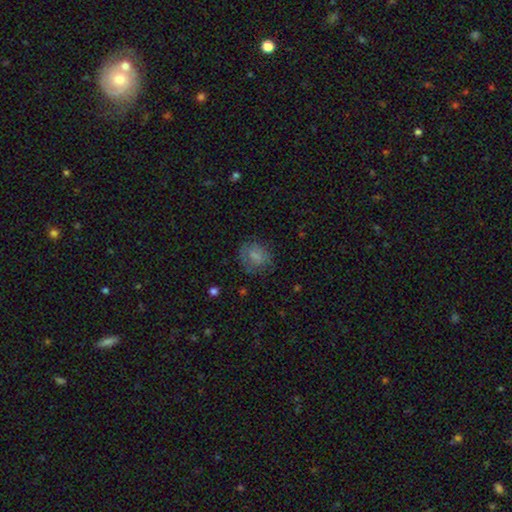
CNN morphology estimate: smooth 73%, featured or disk 16%, star or artifact 11%. Down the decision tree: how rounded — round (64%); merging — none (67%).